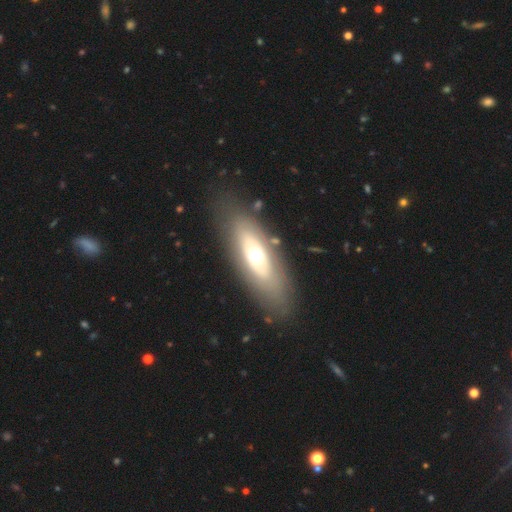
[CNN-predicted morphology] This is possibly a featured or disk galaxy (49%). Merging: likely none (79%).